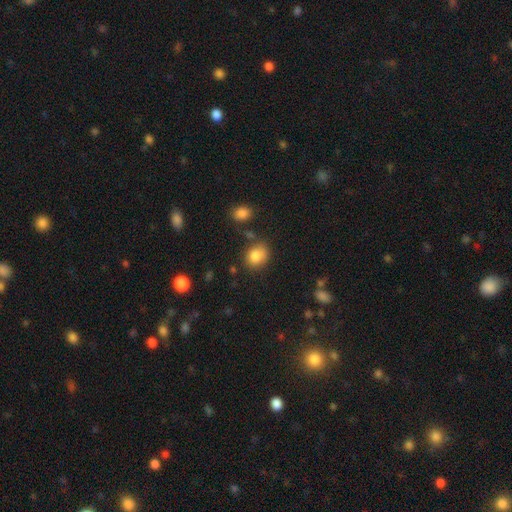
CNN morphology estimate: smooth 84%, star or artifact 10%, featured or disk 6%. Down the decision tree: how rounded — round (60%); merging — none (70%).